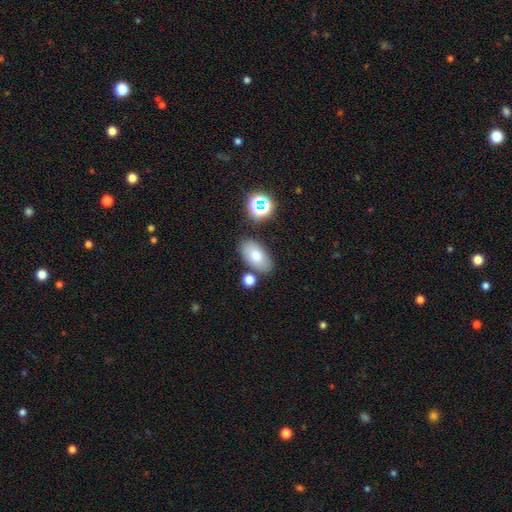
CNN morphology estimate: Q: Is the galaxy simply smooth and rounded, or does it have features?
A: smooth — 75%.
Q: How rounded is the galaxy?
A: in between — 93%.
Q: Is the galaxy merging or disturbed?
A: none — 79%.